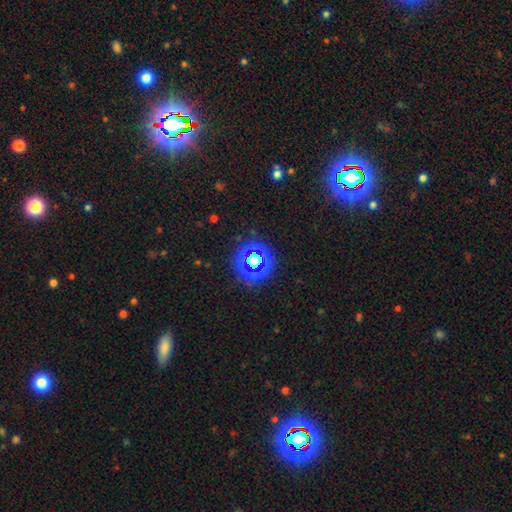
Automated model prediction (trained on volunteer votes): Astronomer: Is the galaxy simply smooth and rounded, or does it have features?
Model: star or artifact — 75%.